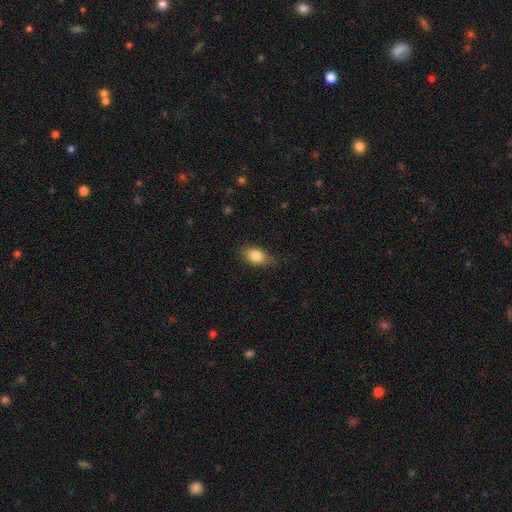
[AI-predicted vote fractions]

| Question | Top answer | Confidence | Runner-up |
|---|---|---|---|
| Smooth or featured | smooth | 82% | featured or disk (10%) |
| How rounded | in between | 83% | round (13%) |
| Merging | none | 76% | minor disturbance (19%) |